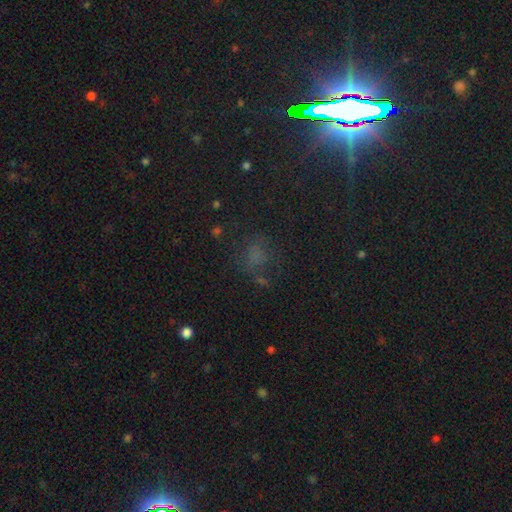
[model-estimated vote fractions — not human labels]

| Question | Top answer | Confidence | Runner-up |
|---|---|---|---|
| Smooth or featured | smooth | 48% | star or artifact (37%) |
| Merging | none | 55% | minor disturbance (20%) |